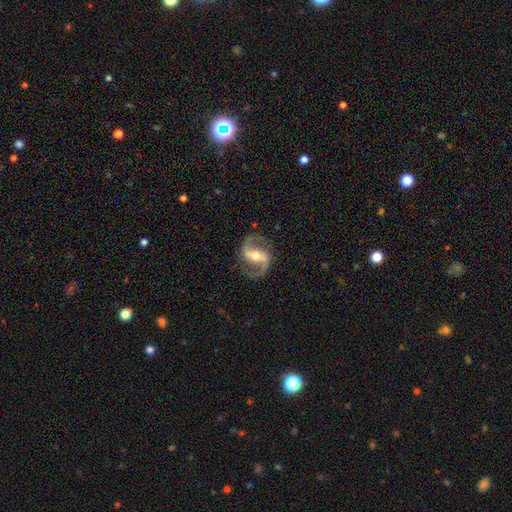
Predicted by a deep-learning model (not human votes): smooth_or_featured: featured or disk (p=0.92) [alt: star or artifact p=0.04]
disk_edge_on: no (p=0.97) [alt: yes p=0.03]
bar: strong (p=0.48) [alt: weak p=0.36]
has_spiral_arms: yes (p=0.98) [alt: no p=0.02]
spiral_winding: medium (p=0.57) [alt: loose p=0.31]
spiral_arm_count: 2 (p=0.94) [alt: can't tell p=0.01]
bulge_size: moderate (p=0.66) [alt: small p=0.26]
merging: none (p=0.84) [alt: minor disturbance p=0.10]